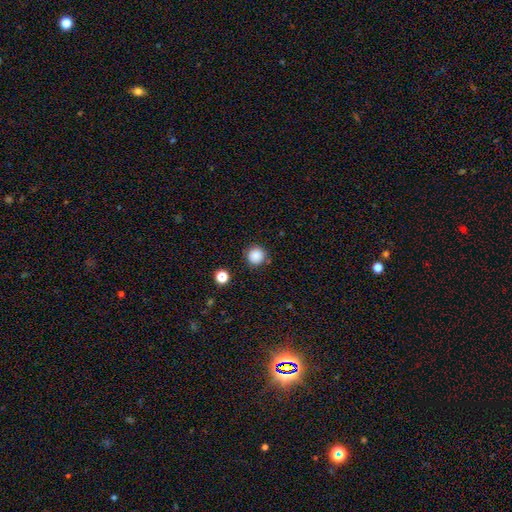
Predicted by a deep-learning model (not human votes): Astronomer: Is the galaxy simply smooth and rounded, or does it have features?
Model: smooth — 86%.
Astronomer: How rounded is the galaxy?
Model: round — 95%.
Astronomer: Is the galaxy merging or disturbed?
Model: none — 86%.